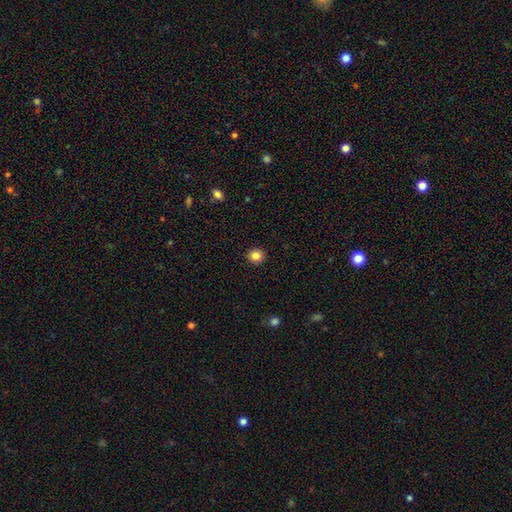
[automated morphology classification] The model was most divided on "smooth or featured": smooth: 85%, star or artifact: 11%, featured or disk: 5%. More confident: merging — none (92%); how rounded — round (88%).